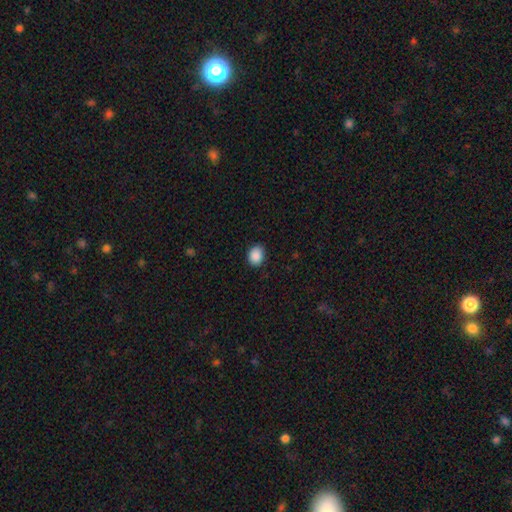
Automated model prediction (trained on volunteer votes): Smooth or featured? Predicted: smooth (p=0.89). How rounded? Predicted: in between (p=0.54). Merging? Predicted: none (p=0.84).